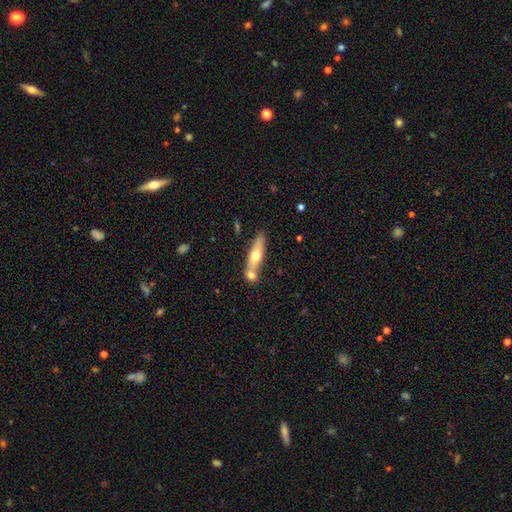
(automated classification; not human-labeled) smooth 56%, featured or disk 38%, star or artifact 6%. Down the decision tree: how rounded — cigar-shaped (62%); merging — none (56%).